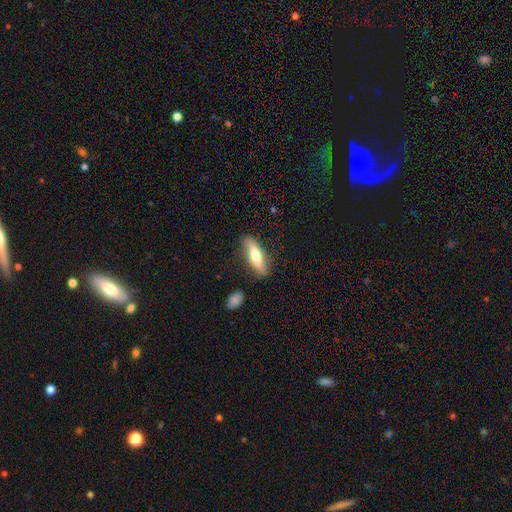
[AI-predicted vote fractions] smooth 62%, featured or disk 32%, star or artifact 6%. Down the decision tree: how rounded — cigar-shaped (53%); merging — none (80%).